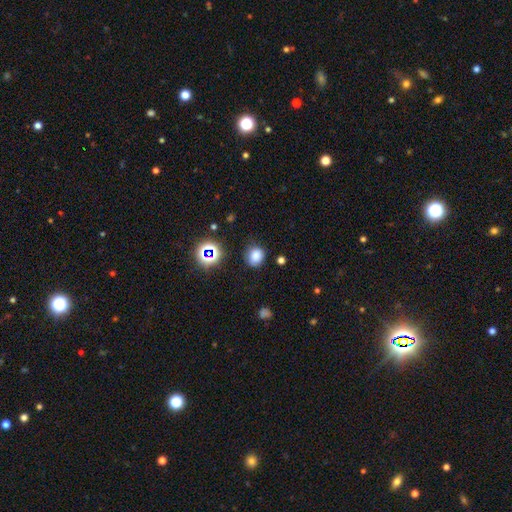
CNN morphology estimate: type=smooth (76%); roundness=round (76%); merging=none (78%).